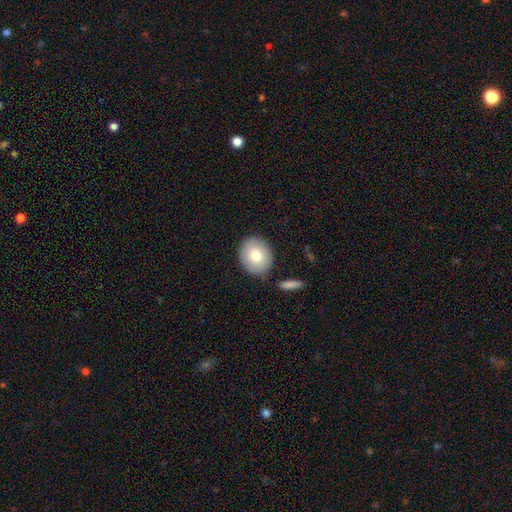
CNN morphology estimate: Q: Smooth or featured?
A: smooth (79%); runner-up: featured or disk (14%)
Q: How rounded?
A: round (62%); runner-up: in between (37%)
Q: Merging?
A: none (82%); runner-up: minor disturbance (11%)